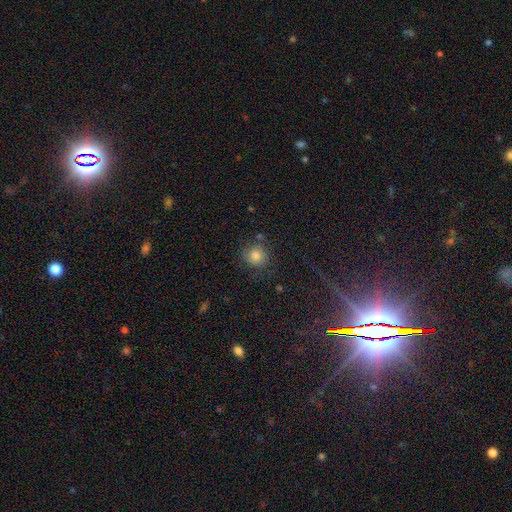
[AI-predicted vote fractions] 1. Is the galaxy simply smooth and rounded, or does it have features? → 80% smooth, 12% star or artifact, 7% featured or disk.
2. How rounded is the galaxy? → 89% round, 10% in between, 1% cigar-shaped.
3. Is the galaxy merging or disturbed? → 76% none, 13% minor disturbance, 6% major disturbance, 5% merger.